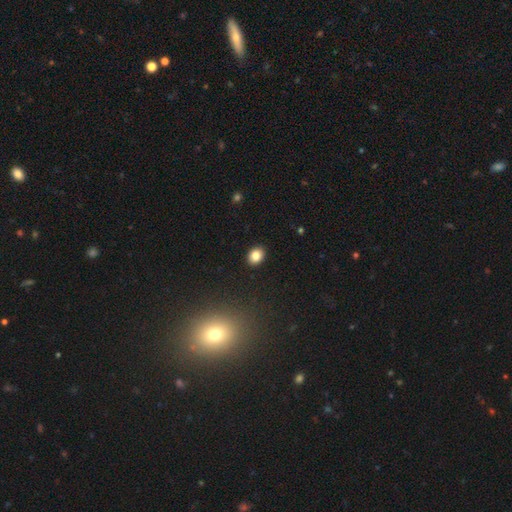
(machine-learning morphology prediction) This appears to be a smooth galaxy with no disk features (84%) that is in between round and cigar-shaped (57%). Merging: none (91%).